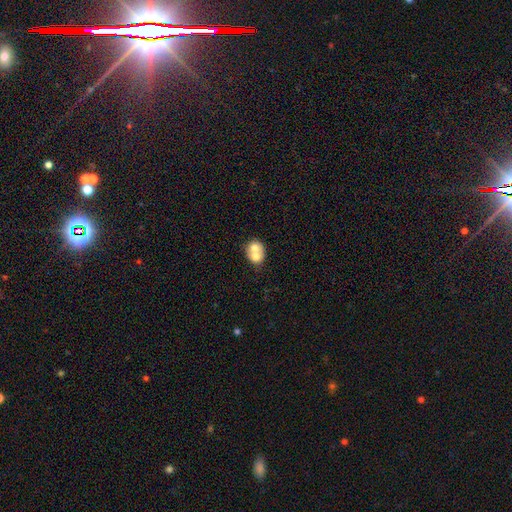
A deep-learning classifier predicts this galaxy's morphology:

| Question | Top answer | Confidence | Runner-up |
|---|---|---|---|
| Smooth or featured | smooth | 66% | featured or disk (26%) |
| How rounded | round | 63% | in between (36%) |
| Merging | merger | 67% | none (24%) |